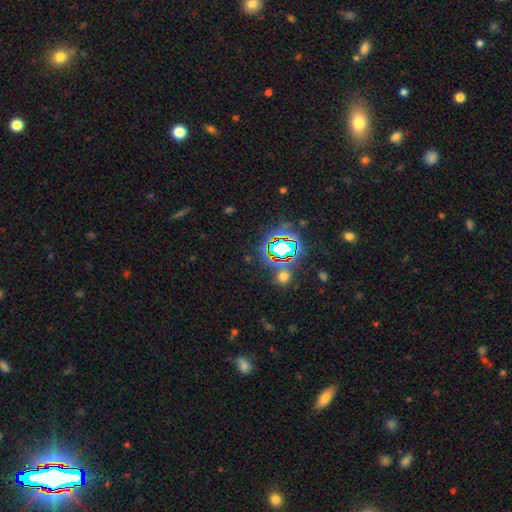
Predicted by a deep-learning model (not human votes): Morphology: type=star or artifact (78%).